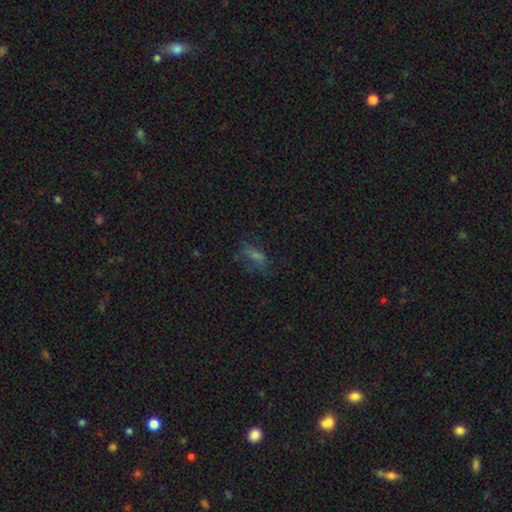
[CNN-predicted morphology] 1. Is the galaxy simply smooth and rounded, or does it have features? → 44% smooth, 30% star or artifact, 27% featured or disk.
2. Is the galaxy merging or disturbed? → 60% none, 21% minor disturbance, 16% major disturbance, 3% merger.